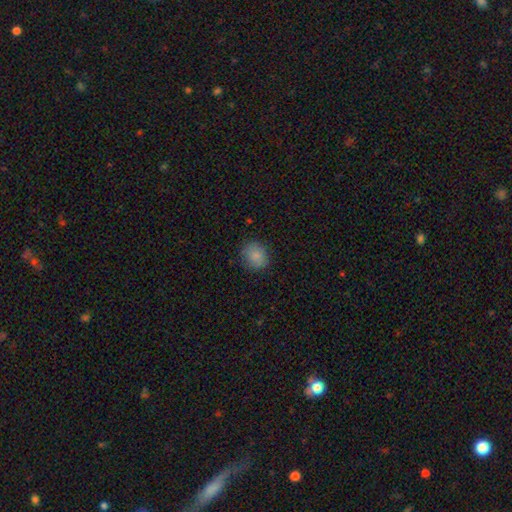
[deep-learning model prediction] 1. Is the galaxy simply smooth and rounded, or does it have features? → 85% smooth, 9% star or artifact, 6% featured or disk.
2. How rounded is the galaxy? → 78% round, 21% in between, 1% cigar-shaped.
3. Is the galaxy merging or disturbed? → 82% none, 14% minor disturbance, 4% major disturbance, 1% merger.